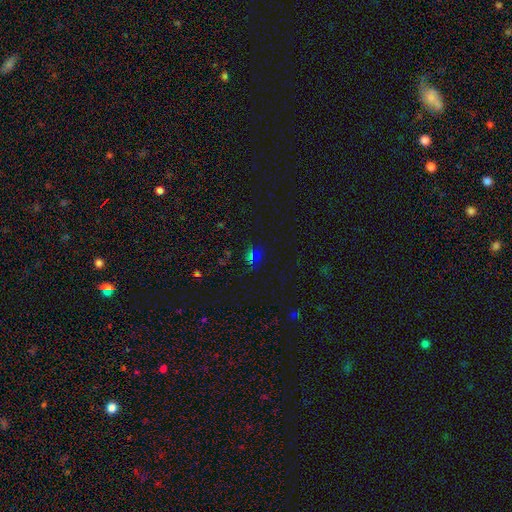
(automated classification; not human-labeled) Smooth or featured? star or artifact (51%)